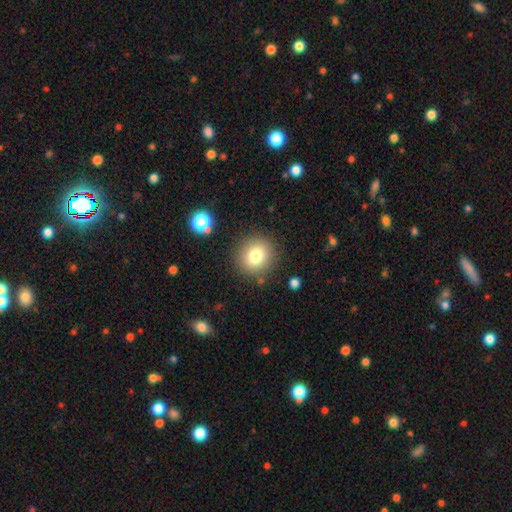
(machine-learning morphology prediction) Q: Smooth or featured?
A: smooth (78%); runner-up: star or artifact (12%)
Q: How rounded?
A: round (89%); runner-up: in between (10%)
Q: Merging?
A: none (86%); runner-up: minor disturbance (8%)